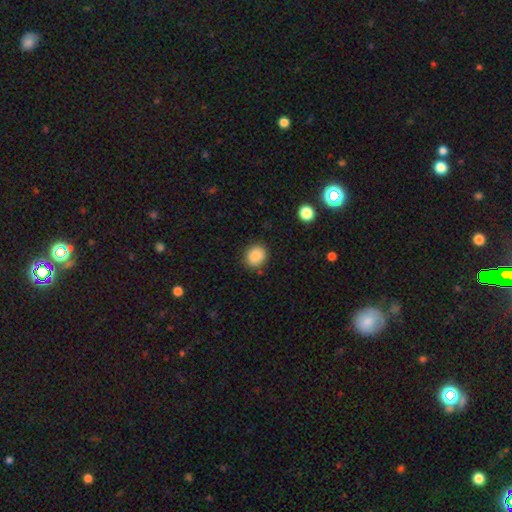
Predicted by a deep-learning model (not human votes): Q: Smooth or featured?
A: smooth (87%); runner-up: star or artifact (9%)
Q: How rounded?
A: round (79%); runner-up: in between (20%)
Q: Merging?
A: none (86%); runner-up: minor disturbance (9%)